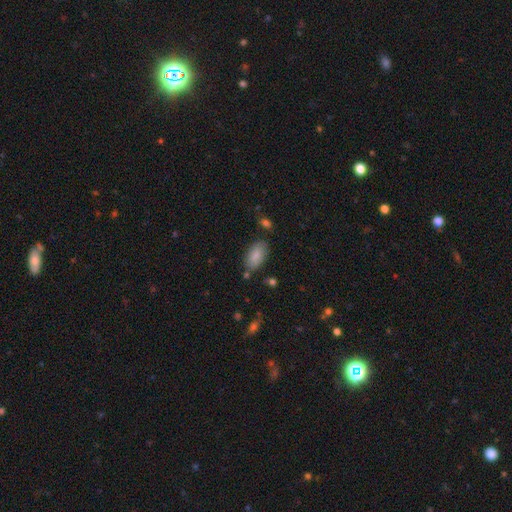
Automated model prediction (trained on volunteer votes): Smooth or featured? Predicted: smooth (p=0.87). How rounded? Predicted: in between (p=0.94). Merging? Predicted: none (p=0.77).